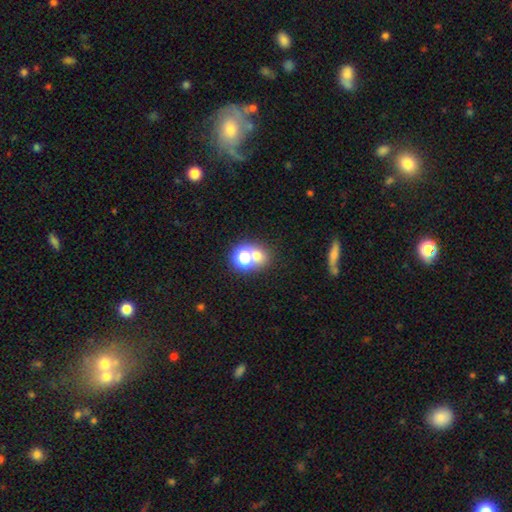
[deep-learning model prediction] Smooth or featured: smooth — 58% (star or artifact — 30%)
How rounded: round — 76% (in between — 23%)
Merging: none — 52% (merger — 36%)